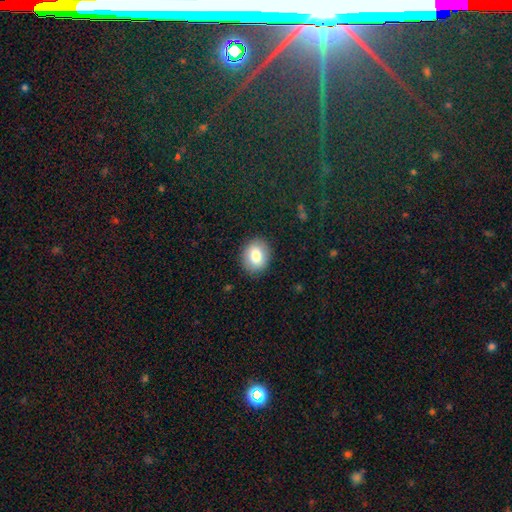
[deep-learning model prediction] Smooth or featured?
  - smooth: 80% *
  - featured or disk: 11%
  - star or artifact: 8%
How rounded?
  - round: 59% *
  - in between: 40%
  - cigar-shaped: 1%
Merging?
  - none: 89% *
  - minor disturbance: 8%
  - major disturbance: 2%
  - merger: 1%